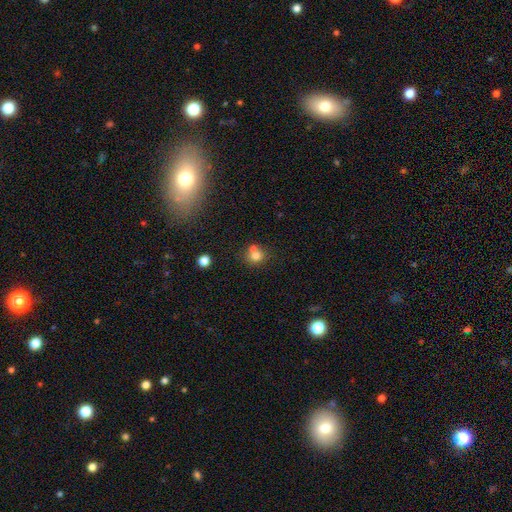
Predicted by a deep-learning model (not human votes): smooth 75%, star or artifact 14%, featured or disk 12%. Down the decision tree: how rounded — round (82%); merging — none (51%).